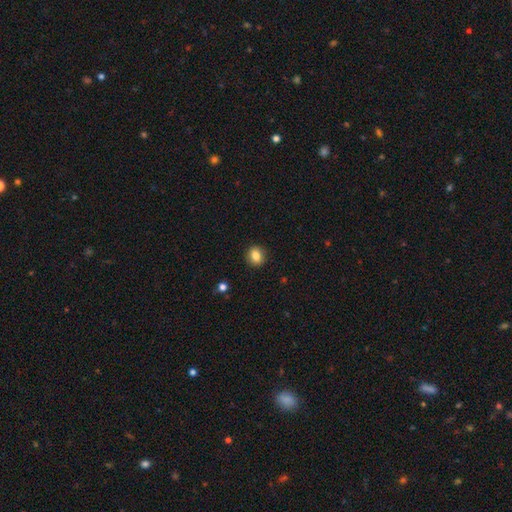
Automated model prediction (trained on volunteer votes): Smooth or featured? Predicted: smooth (p=0.83). How rounded? Predicted: round (p=0.68). Merging? Predicted: none (p=0.90).